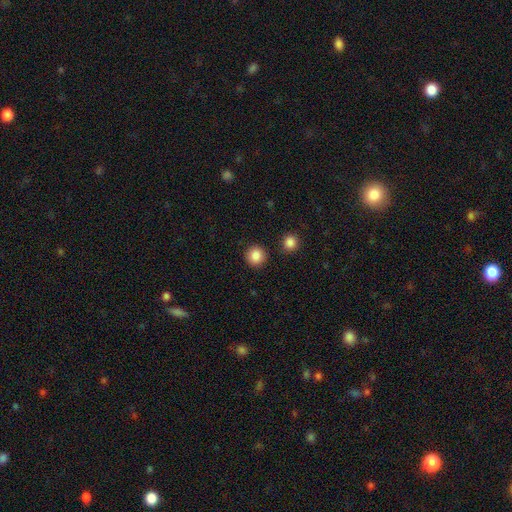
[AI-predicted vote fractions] Smooth or featured: smooth — 87% (star or artifact — 9%)
How rounded: round — 94% (in between — 6%)
Merging: none — 90% (minor disturbance — 5%)